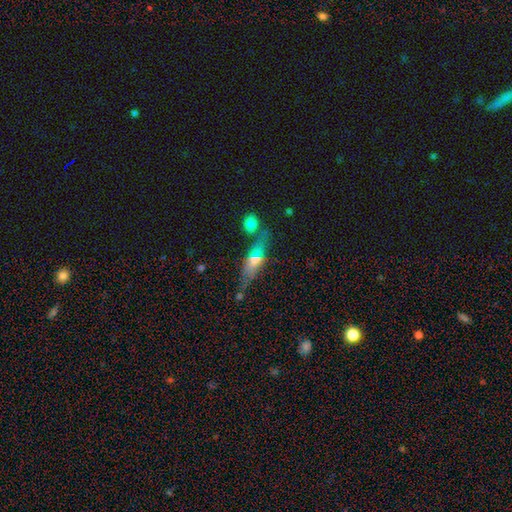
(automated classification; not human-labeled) Morphology: type=featured or disk (63%); edge-on=yes (84%); edge-on bulge=rounded (87%); merging=none (65%).